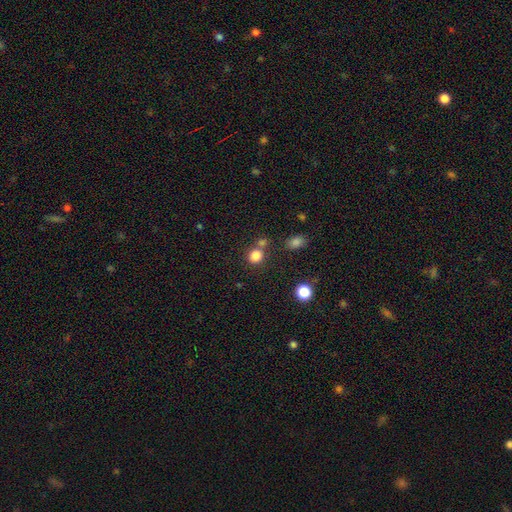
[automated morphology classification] This appears to be a smooth galaxy with no disk features (82%) that is round (84%). Merging: none (66%).